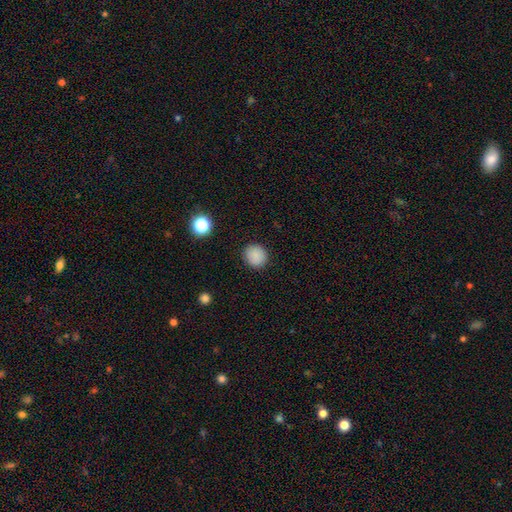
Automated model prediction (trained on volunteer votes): This is clearly a smooth galaxy (86%). How rounded: clearly round (87%). Merging: clearly none (90%).